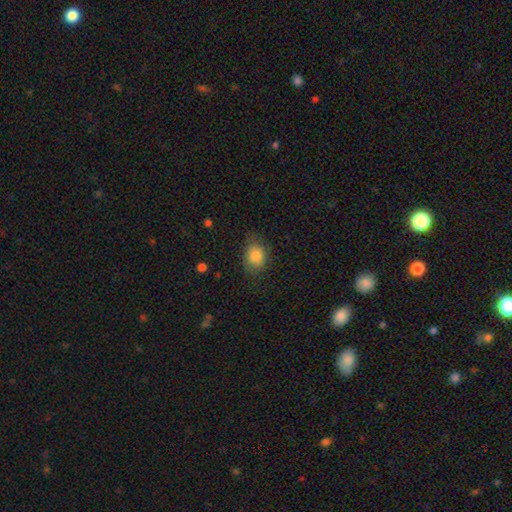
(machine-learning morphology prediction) A smooth galaxy with no disk features (86%) that is in between round and cigar-shaped (65%). Merging: none (72%).